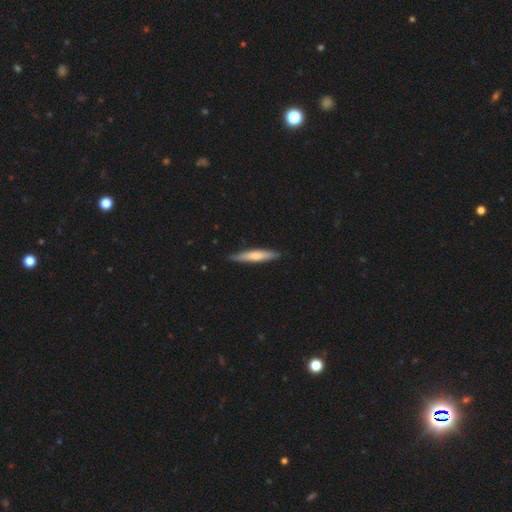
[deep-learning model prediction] Q: Smooth or featured?
A: smooth (62%); runner-up: featured or disk (33%)
Q: How rounded?
A: cigar-shaped (90%); runner-up: in between (9%)
Q: Merging?
A: none (86%); runner-up: minor disturbance (11%)